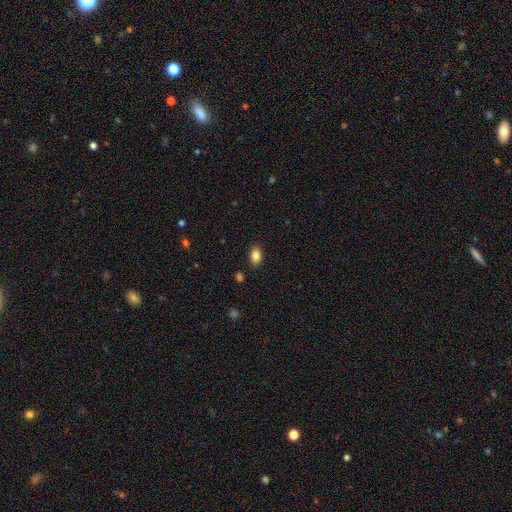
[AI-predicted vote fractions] A smooth galaxy with no disk features (84%) that is in between round and cigar-shaped (89%). Merging: none (87%).